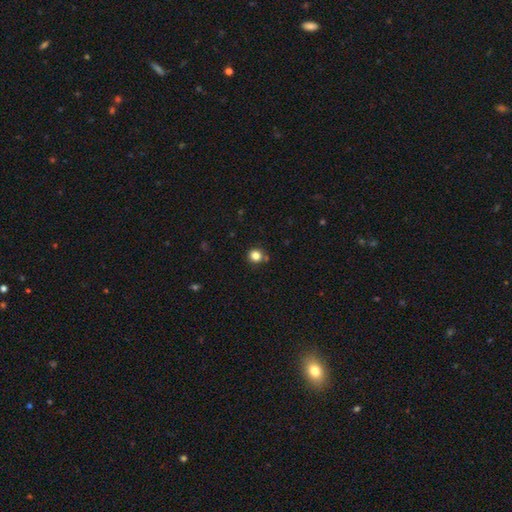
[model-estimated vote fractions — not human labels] The model was most divided on "merging": none: 79%, minor disturbance: 10%, merger: 8%, major disturbance: 3%. More confident: how rounded — round (89%); smooth or featured — smooth (83%).